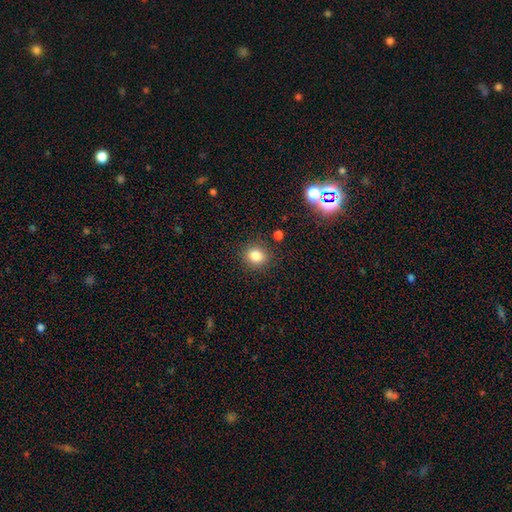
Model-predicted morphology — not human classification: smooth 83%, star or artifact 11%, featured or disk 6%. Down the decision tree: how rounded — round (75%); merging — none (86%).